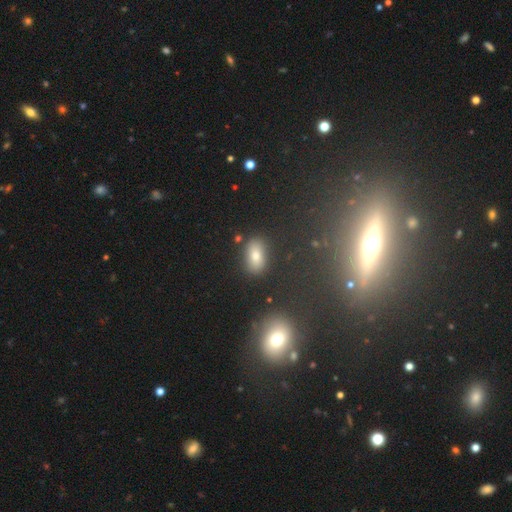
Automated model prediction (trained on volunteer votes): The model was most divided on "smooth or featured": smooth: 63%, star or artifact: 21%, featured or disk: 16%. More confident: merging — none (84%); how rounded — in between (82%).